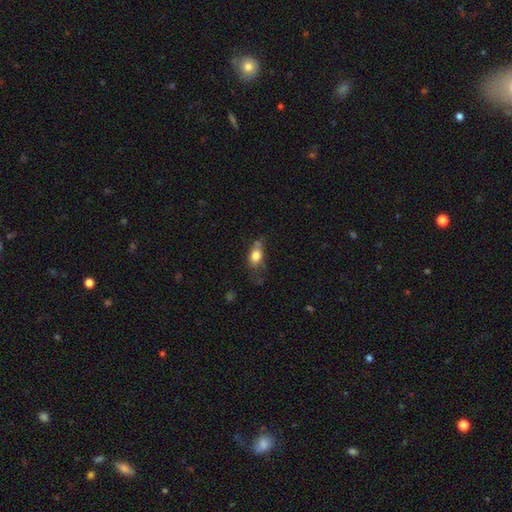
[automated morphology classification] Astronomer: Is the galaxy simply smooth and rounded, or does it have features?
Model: smooth — 77%.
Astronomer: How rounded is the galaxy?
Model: in between — 73%.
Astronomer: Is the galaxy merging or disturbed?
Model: none — 38% (runner-up: minor disturbance, 34%).